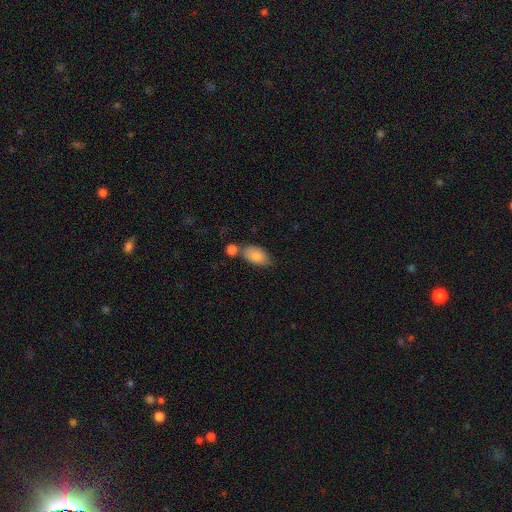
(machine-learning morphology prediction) A smooth galaxy with no disk features (86%) that is in between round and cigar-shaped (92%).

Vote fractions:
- Smooth or featured? smooth: 86% / featured or disk: 8% / star or artifact: 7%
- How rounded? in between: 92% / round: 5% / cigar-shaped: 3%
- Merging? none: 58% / merger: 19% / minor disturbance: 18% / major disturbance: 5%